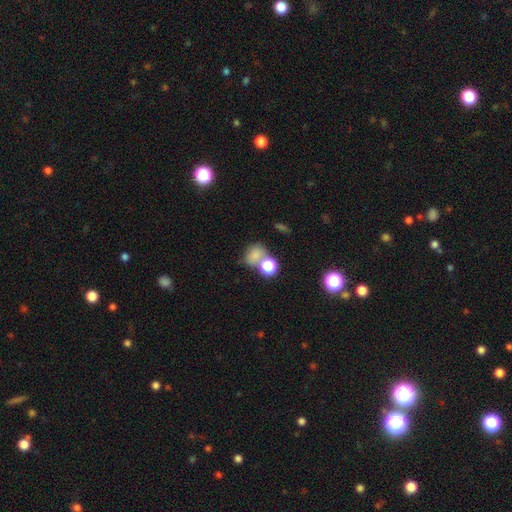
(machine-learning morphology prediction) A smooth galaxy with no disk features (73%) that is round (51%).

Vote fractions:
- Smooth or featured? smooth: 73% / star or artifact: 17% / featured or disk: 9%
- How rounded? round: 51% / in between: 47% / cigar-shaped: 2%
- Merging? none: 43% / merger: 36% / minor disturbance: 13% / major disturbance: 7%